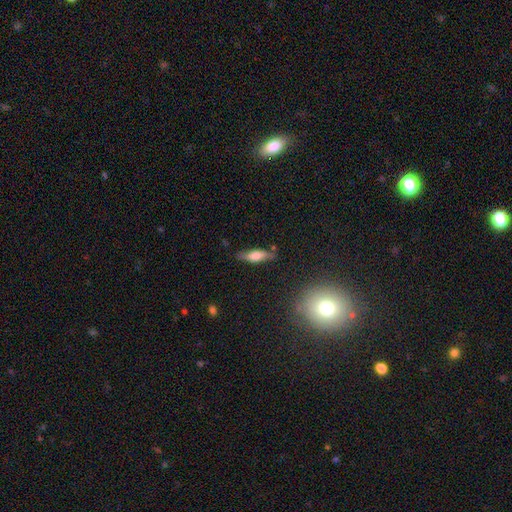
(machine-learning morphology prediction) type=smooth (52%); roundness=cigar-shaped (62%); merging=none (78%).